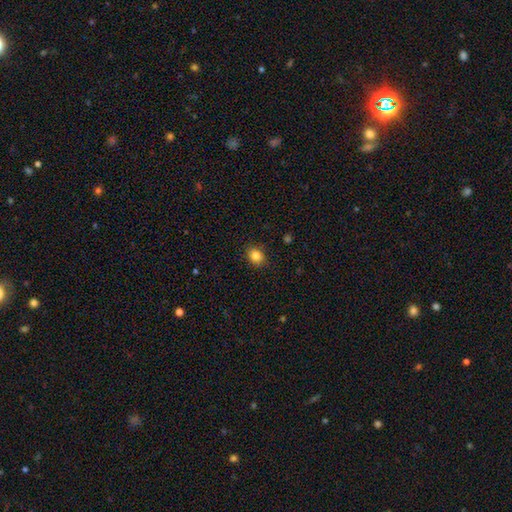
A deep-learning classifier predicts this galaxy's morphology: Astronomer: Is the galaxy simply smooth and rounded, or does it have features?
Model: smooth — 84%.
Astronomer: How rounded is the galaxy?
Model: in between — 50% (runner-up: round, 49%).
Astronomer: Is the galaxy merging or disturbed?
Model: none — 88%.